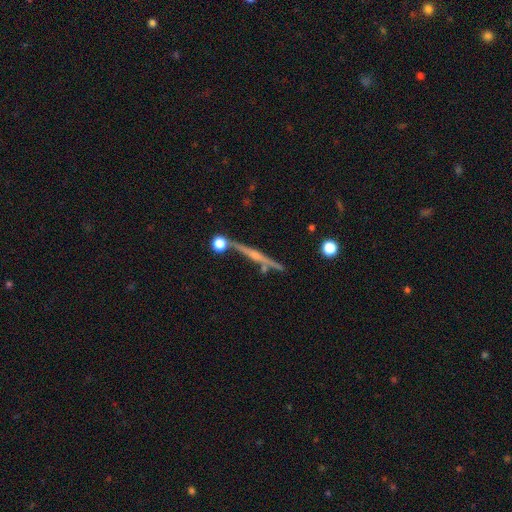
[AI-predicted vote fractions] A featured or disk galaxy (73%) viewed edge-on (97%) with a rounded central bulge (58%). Merging: none (81%).